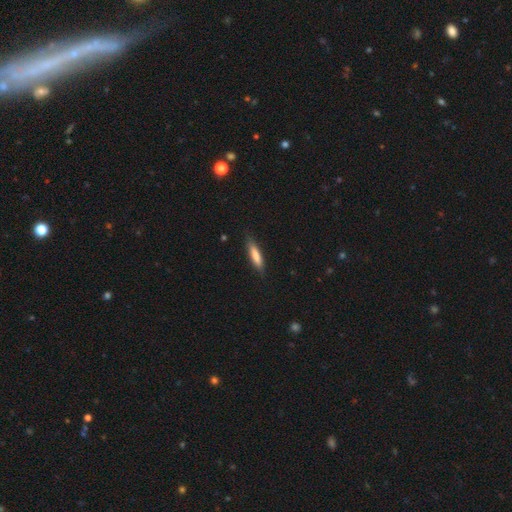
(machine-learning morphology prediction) smooth_or_featured: smooth (p=0.76) [alt: featured or disk p=0.18]
how_rounded: cigar-shaped (p=0.76) [alt: in between p=0.23]
merging: none (p=0.83) [alt: minor disturbance p=0.13]